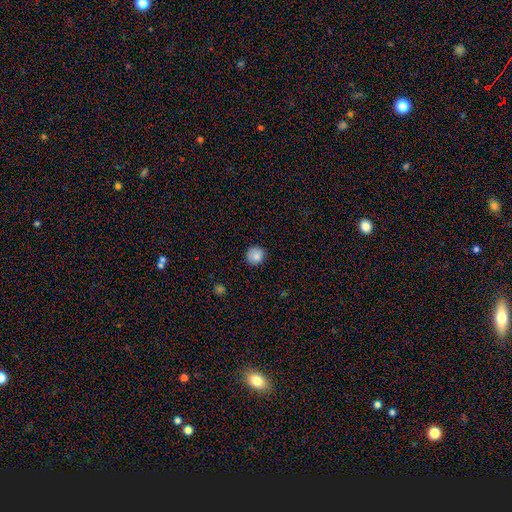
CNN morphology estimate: Overall: smooth (84%). How rounded: round (90%). Merging: none (85%).